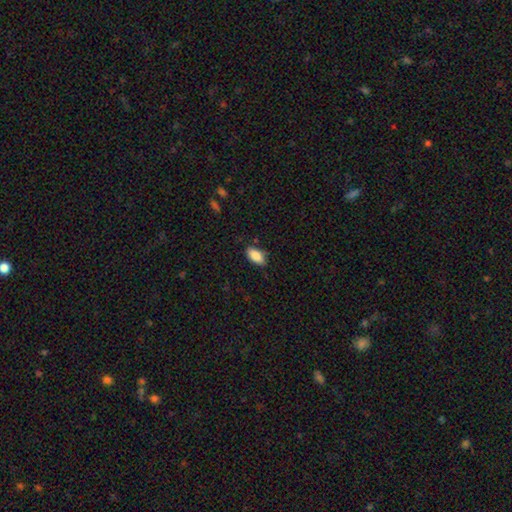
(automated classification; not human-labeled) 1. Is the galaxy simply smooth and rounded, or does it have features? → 88% smooth, 7% star or artifact, 5% featured or disk.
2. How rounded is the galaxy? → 92% in between, 5% cigar-shaped, 3% round.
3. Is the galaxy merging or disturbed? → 81% none, 15% minor disturbance, 3% major disturbance, 1% merger.